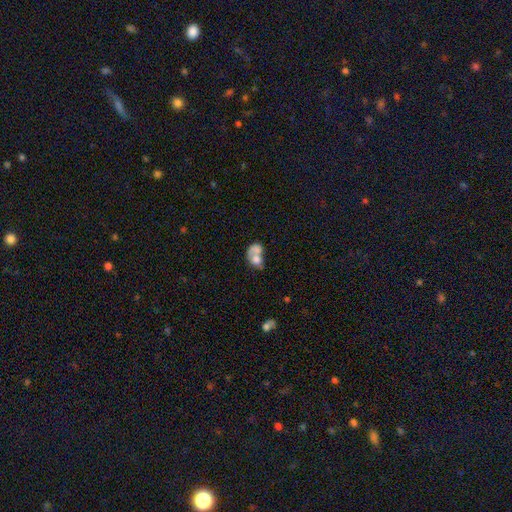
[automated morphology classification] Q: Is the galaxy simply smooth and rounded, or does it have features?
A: smooth — 61%.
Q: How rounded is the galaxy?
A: in between — 64%.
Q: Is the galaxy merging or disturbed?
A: merger — 68%.